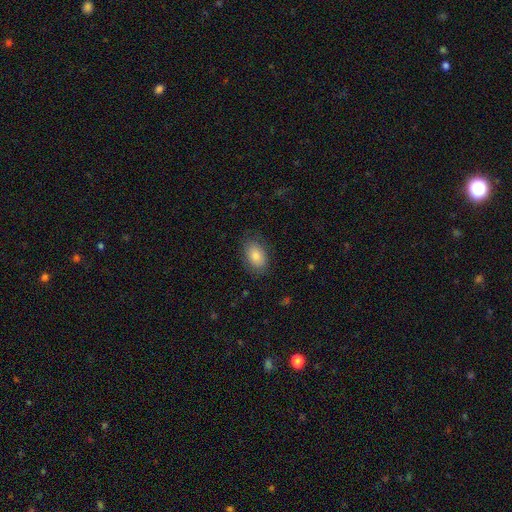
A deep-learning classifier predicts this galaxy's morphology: Smooth or featured? smooth (82%)
How rounded? in between (88%)
Merging? none (80%)